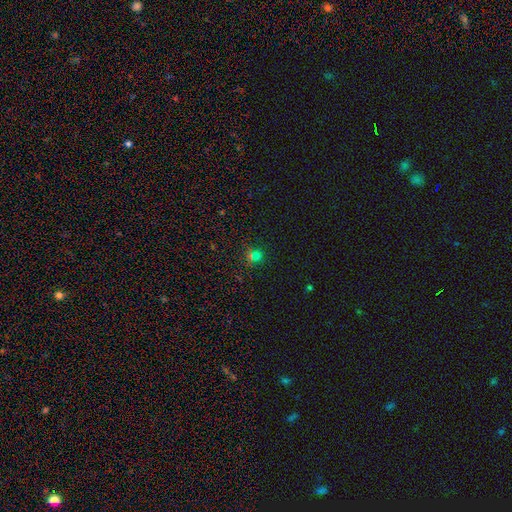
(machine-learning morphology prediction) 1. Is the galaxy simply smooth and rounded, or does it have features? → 52% smooth, 39% star or artifact, 9% featured or disk.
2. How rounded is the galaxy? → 87% round, 12% in between, 1% cigar-shaped.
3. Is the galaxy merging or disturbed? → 69% none, 18% merger, 9% minor disturbance, 4% major disturbance.